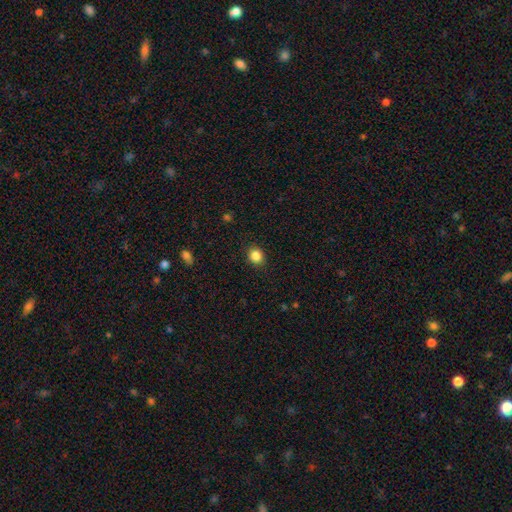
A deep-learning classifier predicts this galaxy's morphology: Smooth or featured? Predicted: smooth (p=0.85). How rounded? Predicted: round (p=0.74). Merging? Predicted: none (p=0.90).